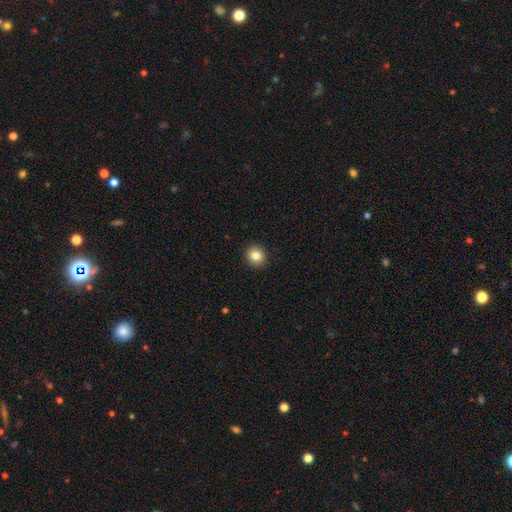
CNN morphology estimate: The model was most divided on "smooth or featured": smooth: 83%, star or artifact: 10%, featured or disk: 6%. More confident: merging — none (93%); how rounded — round (87%).